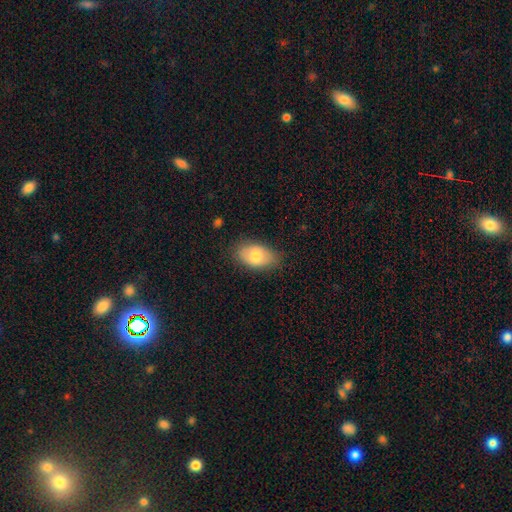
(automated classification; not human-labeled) Smooth or featured: smooth — 75% (featured or disk — 18%)
How rounded: in between — 91% (round — 7%)
Merging: none — 79% (minor disturbance — 16%)